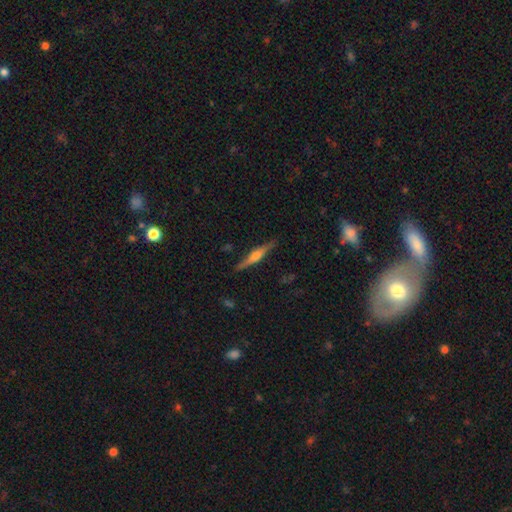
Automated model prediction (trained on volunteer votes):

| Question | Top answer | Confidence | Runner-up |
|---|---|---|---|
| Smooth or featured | featured or disk | 74% | smooth (20%) |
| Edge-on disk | yes | 98% | no (2%) |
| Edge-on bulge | rounded | 79% | boxy (15%) |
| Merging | none | 89% | minor disturbance (8%) |